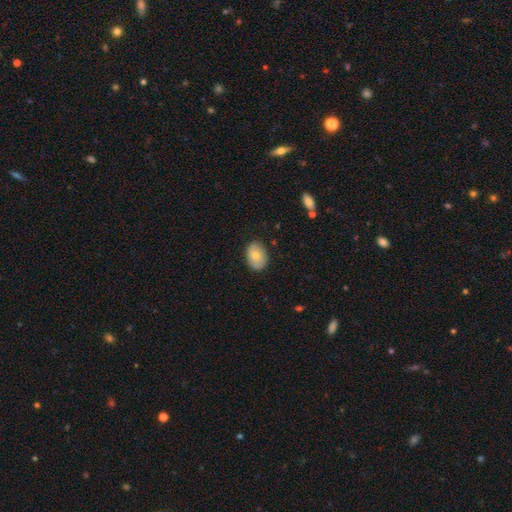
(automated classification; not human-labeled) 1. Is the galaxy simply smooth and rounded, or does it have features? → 71% smooth, 22% featured or disk, 7% star or artifact.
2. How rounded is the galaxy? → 79% in between, 20% round, 1% cigar-shaped.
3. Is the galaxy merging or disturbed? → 84% none, 12% minor disturbance, 2% major disturbance, 1% merger.